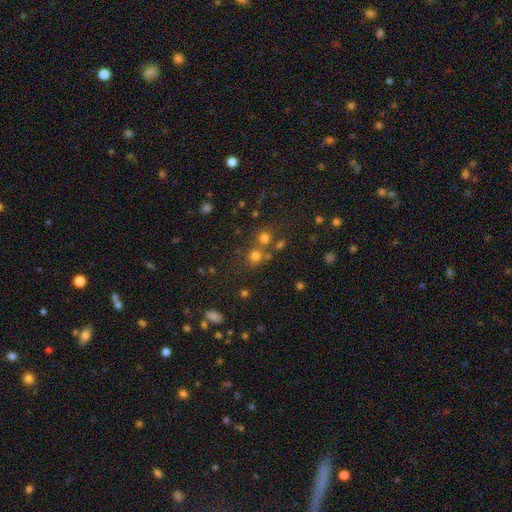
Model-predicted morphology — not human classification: smooth 66%, star or artifact 26%, featured or disk 8%. Down the decision tree: how rounded — round (86%); merging — none (62%).